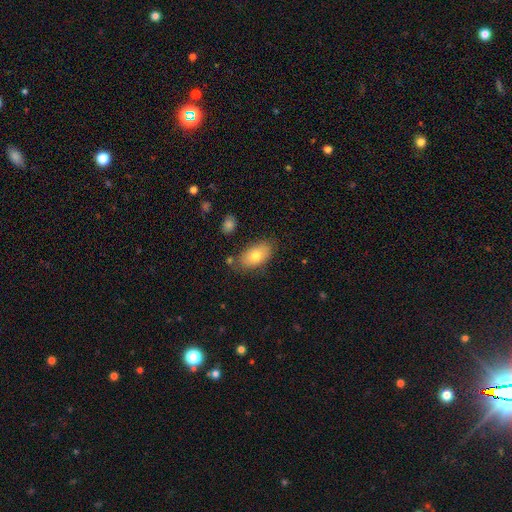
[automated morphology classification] Q: Smooth or featured?
A: smooth (76%); runner-up: featured or disk (17%)
Q: How rounded?
A: in between (92%); runner-up: round (6%)
Q: Merging?
A: none (75%); runner-up: minor disturbance (17%)